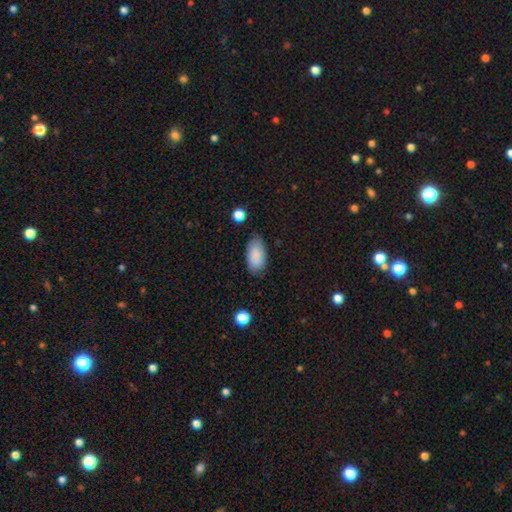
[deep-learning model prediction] The model was most divided on "merging": none: 78%, minor disturbance: 17%, major disturbance: 4%, merger: 2%. More confident: how rounded — in between (94%); smooth or featured — smooth (87%).